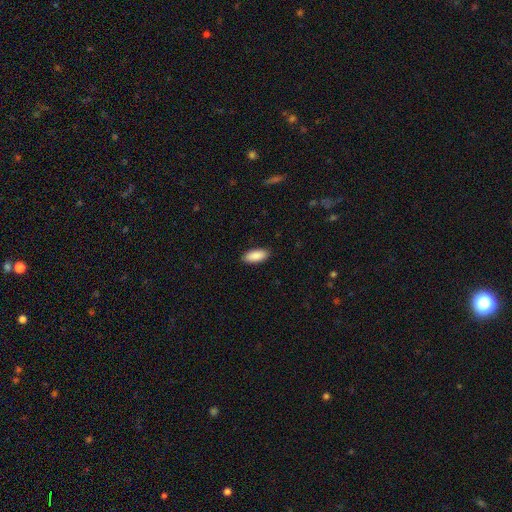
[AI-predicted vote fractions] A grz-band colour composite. It shows a smooth galaxy with no disk features (90%) that is in between round and cigar-shaped (86%). Merging: none (90%).